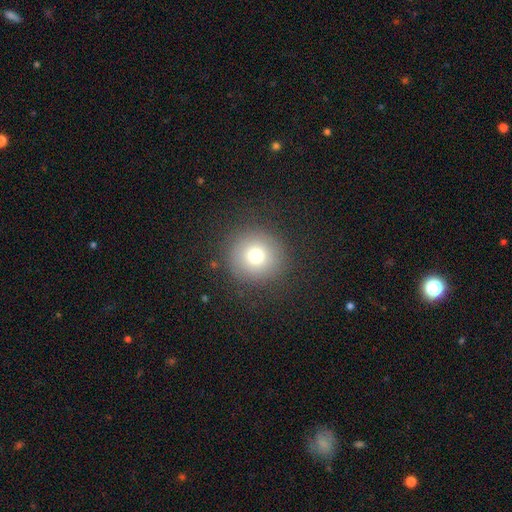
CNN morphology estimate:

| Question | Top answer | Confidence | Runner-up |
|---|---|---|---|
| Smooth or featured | smooth | 74% | star or artifact (14%) |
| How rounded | round | 94% | in between (5%) |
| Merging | none | 86% | minor disturbance (8%) |